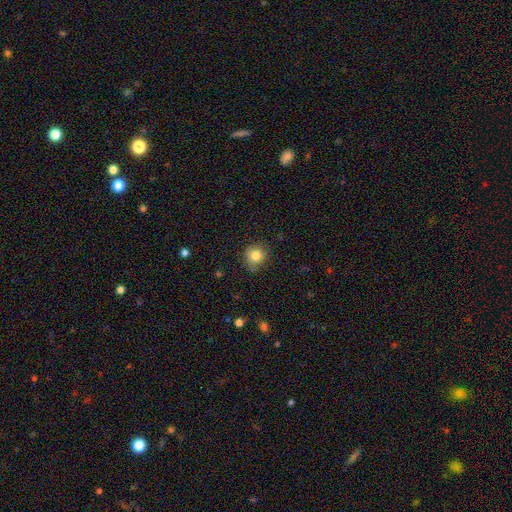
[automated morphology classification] A smooth galaxy with no disk features (82%) that is round (88%). Merging: none (78%).